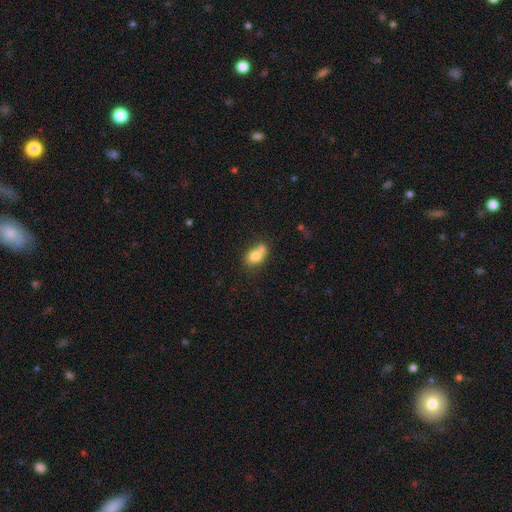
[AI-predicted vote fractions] Smooth or featured: smooth — 74% (featured or disk — 17%)
How rounded: in between — 69% (round — 29%)
Merging: merger — 46% (none — 33%)